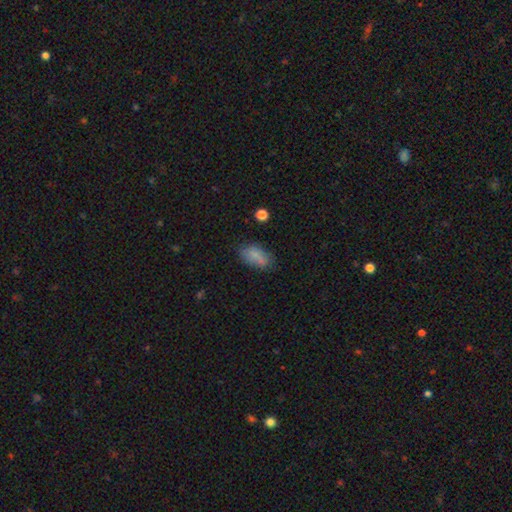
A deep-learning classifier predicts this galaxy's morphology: A smooth galaxy with no disk features (77%) that is in between round and cigar-shaped (90%). Merging: none (64%).